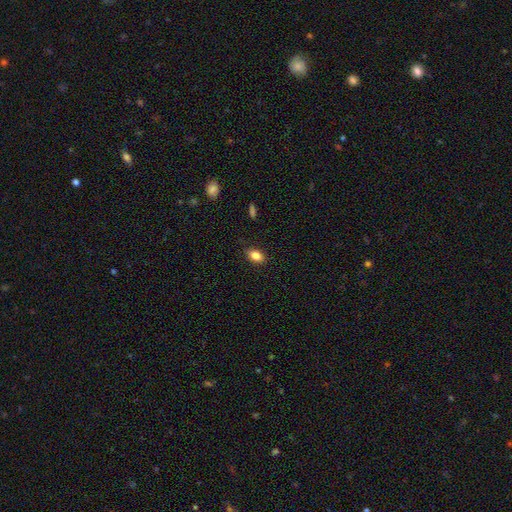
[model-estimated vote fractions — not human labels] smooth_or_featured: smooth (p=0.84) [alt: star or artifact p=0.09]
how_rounded: in between (p=0.86) [alt: round p=0.12]
merging: none (p=0.86) [alt: minor disturbance p=0.10]